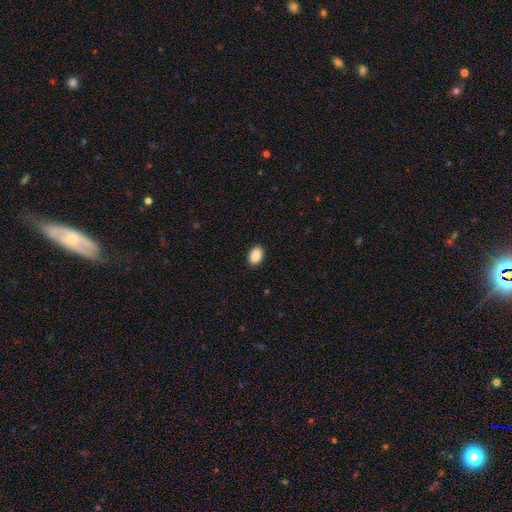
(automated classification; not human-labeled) A smooth galaxy with no disk features (89%) that is in between round and cigar-shaped (87%).

Vote fractions:
- Smooth or featured? smooth: 89% / star or artifact: 7% / featured or disk: 3%
- How rounded? in between: 87% / round: 12% / cigar-shaped: 1%
- Merging? none: 90% / minor disturbance: 7% / major disturbance: 2% / merger: 1%